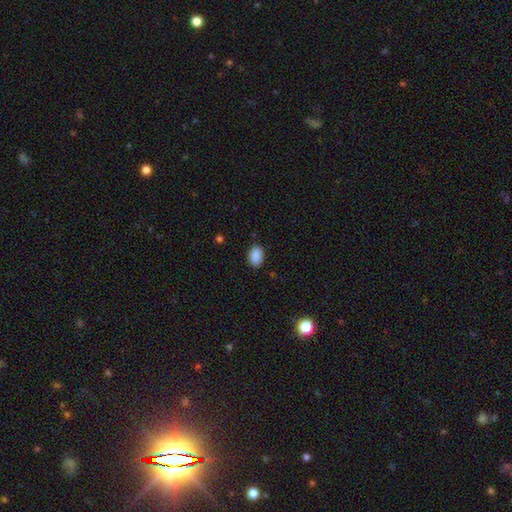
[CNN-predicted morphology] Smooth or featured?
  - smooth: 89% *
  - star or artifact: 8%
  - featured or disk: 3%
How rounded?
  - in between: 83% *
  - round: 16%
  - cigar-shaped: 1%
Merging?
  - none: 84% *
  - minor disturbance: 12%
  - major disturbance: 3%
  - merger: 1%